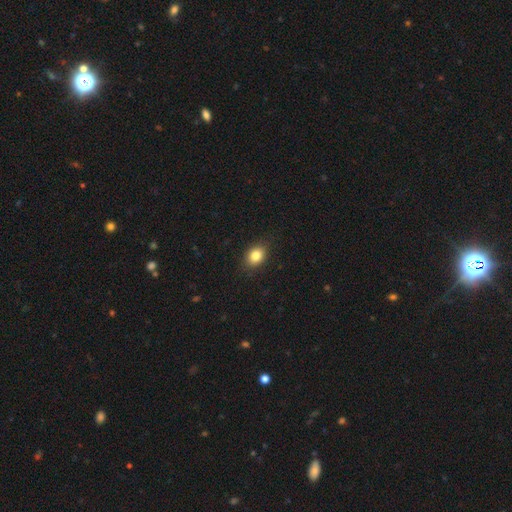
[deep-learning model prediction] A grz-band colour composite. It shows a smooth galaxy with no disk features (83%) that is in between round and cigar-shaped (69%). Merging: none (85%).